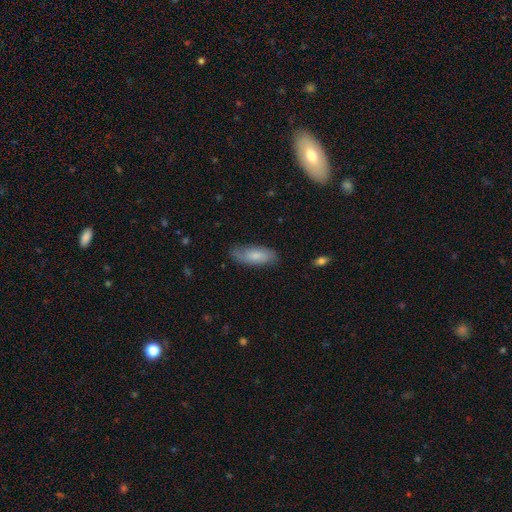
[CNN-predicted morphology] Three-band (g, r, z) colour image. It shows a smooth galaxy with no disk features (70%) that is in between round and cigar-shaped (82%). Merging: none (73%).